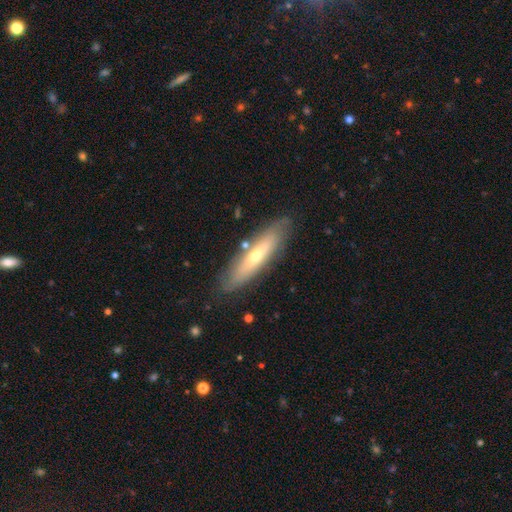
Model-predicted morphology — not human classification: This is possibly a featured or disk galaxy (52%). It is likely viewed edge-on (64%). Merging: clearly none (83%).